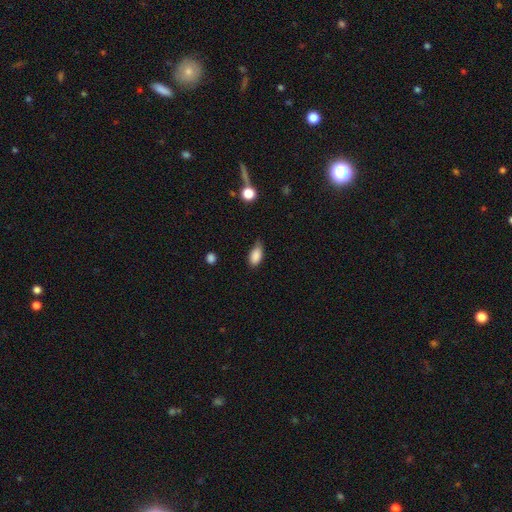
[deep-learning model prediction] Smooth or featured?
  - smooth: 87% *
  - star or artifact: 8%
  - featured or disk: 5%
How rounded?
  - in between: 90% *
  - round: 5%
  - cigar-shaped: 4%
Merging?
  - none: 52% *
  - minor disturbance: 39%
  - major disturbance: 7%
  - merger: 2%